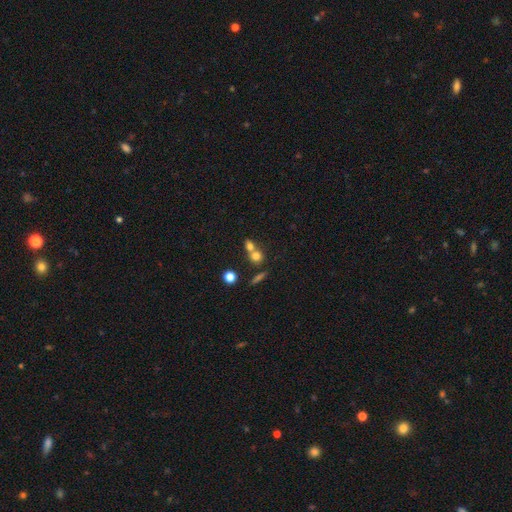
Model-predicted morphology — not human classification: Smooth or featured: smooth — 71% (featured or disk — 15%)
How rounded: round — 72% (in between — 25%)
Merging: merger — 55% (none — 35%)